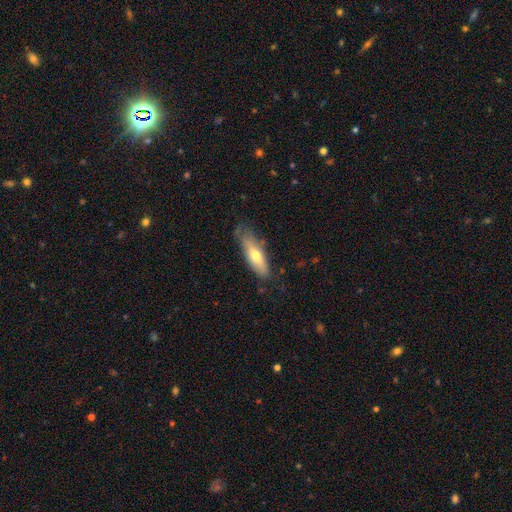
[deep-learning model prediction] Overall: smooth (64%; featured or disk 30%). How rounded: in between (51%; cigar-shaped 47%). Merging: none (63%; minor disturbance 27%).